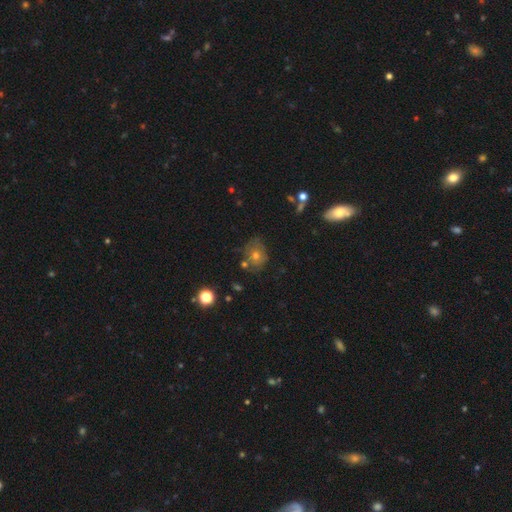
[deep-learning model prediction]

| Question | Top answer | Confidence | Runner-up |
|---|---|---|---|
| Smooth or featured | smooth | 59% | featured or disk (23%) |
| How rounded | round | 61% | in between (38%) |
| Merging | none | 66% | minor disturbance (20%) |